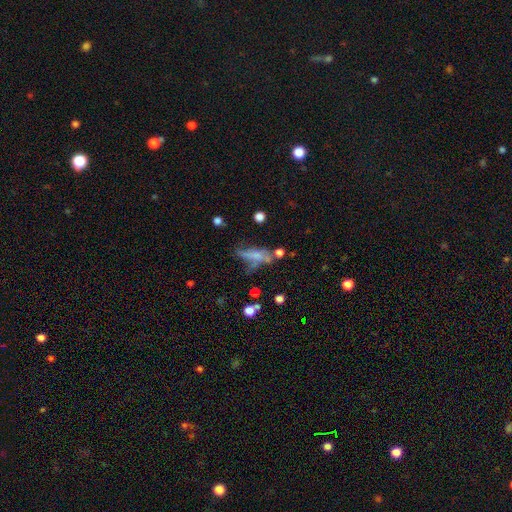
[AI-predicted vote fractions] This is possibly a smooth galaxy (51%). How rounded: possibly cigar-shaped (50%). Merging: marginally none (34%).